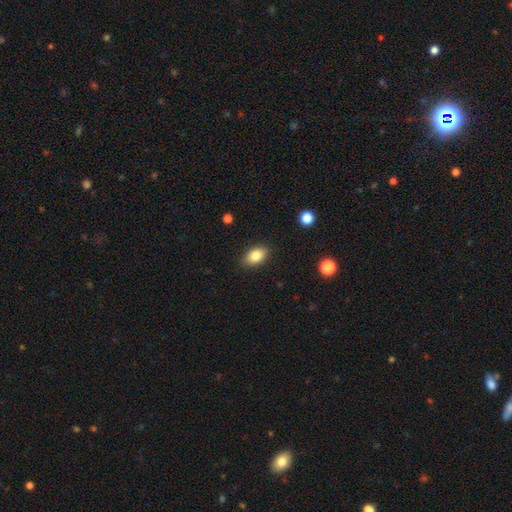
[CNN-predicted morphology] A smooth galaxy with no disk features (84%) that is in between round and cigar-shaped (88%). Merging: none (87%).